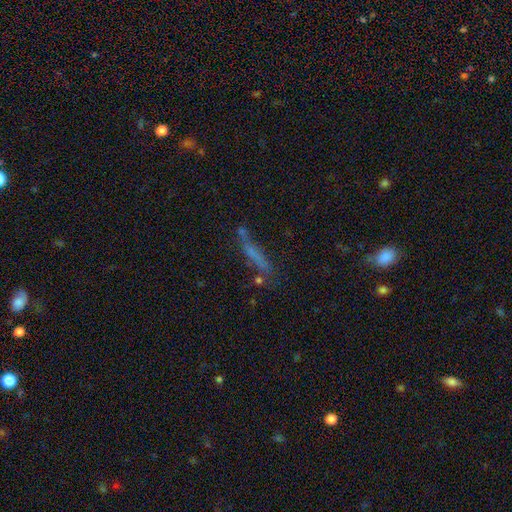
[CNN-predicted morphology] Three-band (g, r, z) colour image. It shows a smooth galaxy with no disk features (50%) that is cigar-shaped (88%). Merging: none (63%).